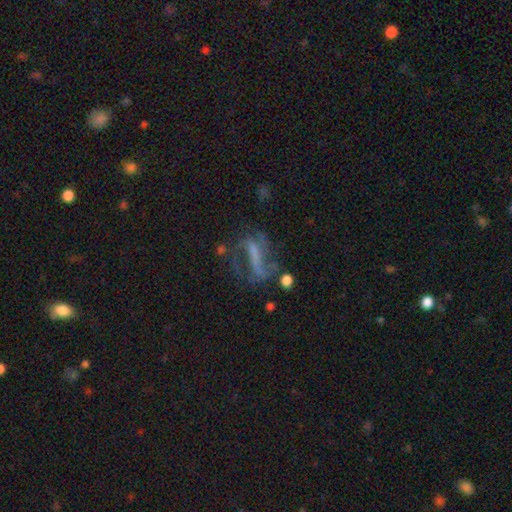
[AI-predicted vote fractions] This appears to be a featured or disk galaxy (61%) with a strong bar (44%), spiral arms (63%) and no central bulge (57%). Merging: none (40%).